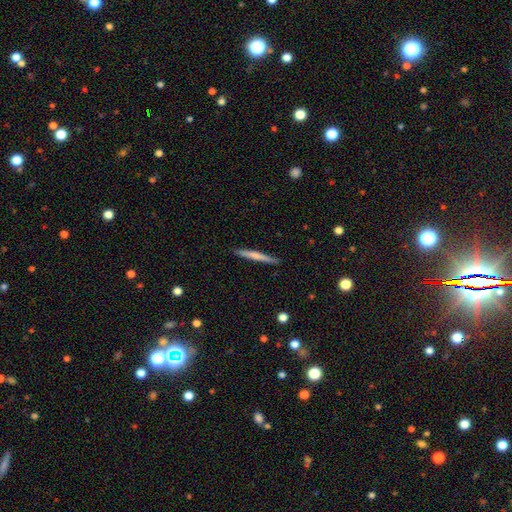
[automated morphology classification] smooth_or_featured: smooth (p=0.58) [alt: featured or disk p=0.36]
how_rounded: cigar-shaped (p=0.96) [alt: in between p=0.02]
merging: none (p=0.91) [alt: minor disturbance p=0.07]